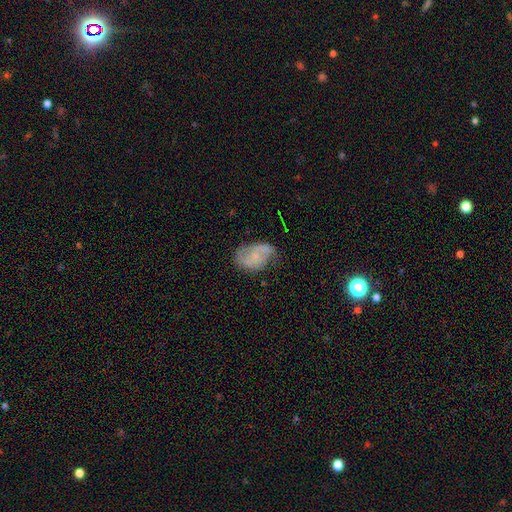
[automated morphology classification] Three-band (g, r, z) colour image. It shows a featured or disk galaxy (57%) with no bar (65%), spiral arms (82%) and a small central bulge (56%). Merging: none (50%).